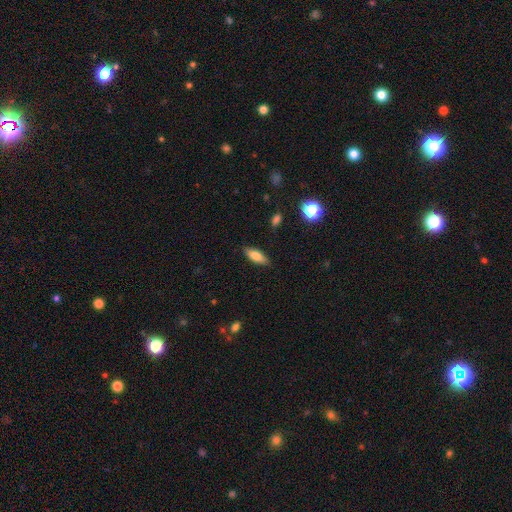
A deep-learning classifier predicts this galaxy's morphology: Smooth or featured?
  - smooth: 78% *
  - featured or disk: 14%
  - star or artifact: 7%
How rounded?
  - in between: 66% *
  - cigar-shaped: 31%
  - round: 2%
Merging?
  - none: 86% *
  - minor disturbance: 11%
  - major disturbance: 2%
  - merger: 1%